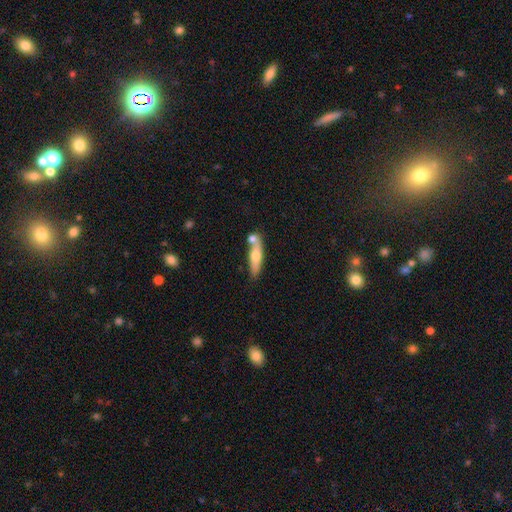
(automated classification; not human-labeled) Smooth or featured? smooth (59%)
How rounded? cigar-shaped (67%)
Merging? none (51%)